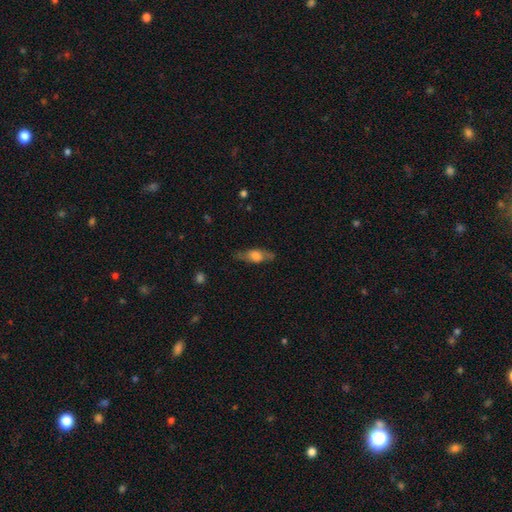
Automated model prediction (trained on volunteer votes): smooth 51%, featured or disk 41%, star or artifact 7%. Down the decision tree: how rounded — in between (61%); merging — none (74%).